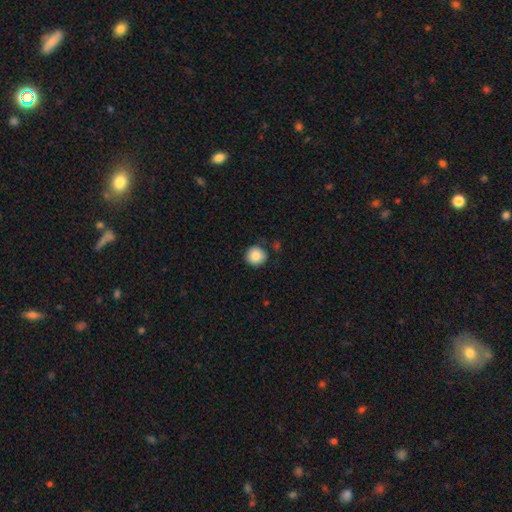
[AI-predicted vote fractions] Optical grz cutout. It shows a smooth galaxy with no disk features (87%) that is round (93%). Merging: none (84%).